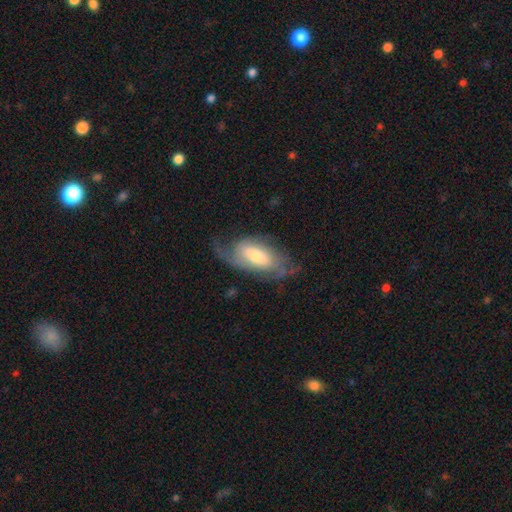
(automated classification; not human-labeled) Overall: featured or disk (64%; smooth 30%). Edge-on disk: no (91%). Bar: no (52%; weak 34%). Spiral arms: yes (85%). Bulge size: moderate (46%; small 34%). Merging: none (52%; minor disturbance 24%).